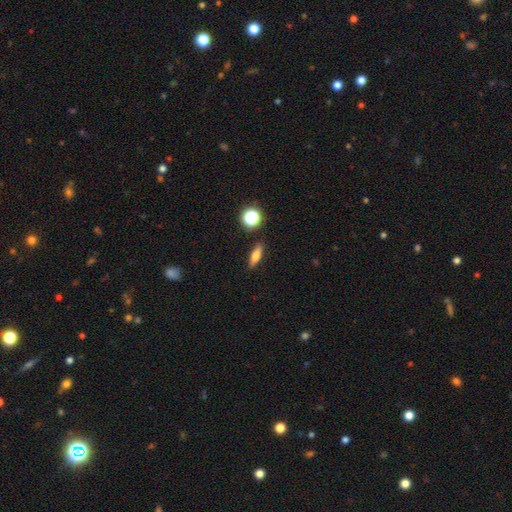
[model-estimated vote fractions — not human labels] smooth_or_featured: smooth (p=0.62) [alt: featured or disk p=0.28]
how_rounded: cigar-shaped (p=0.50) [alt: in between p=0.42]
merging: none (p=0.88) [alt: minor disturbance p=0.08]